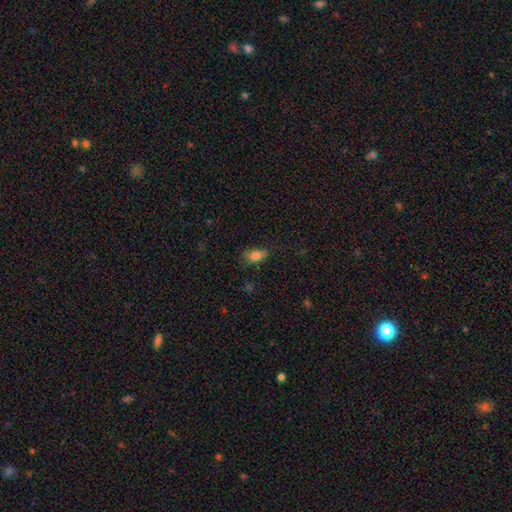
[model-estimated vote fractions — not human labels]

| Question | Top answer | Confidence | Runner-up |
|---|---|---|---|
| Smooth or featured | smooth | 81% | featured or disk (9%) |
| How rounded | in between | 85% | round (9%) |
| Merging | none | 72% | minor disturbance (21%) |